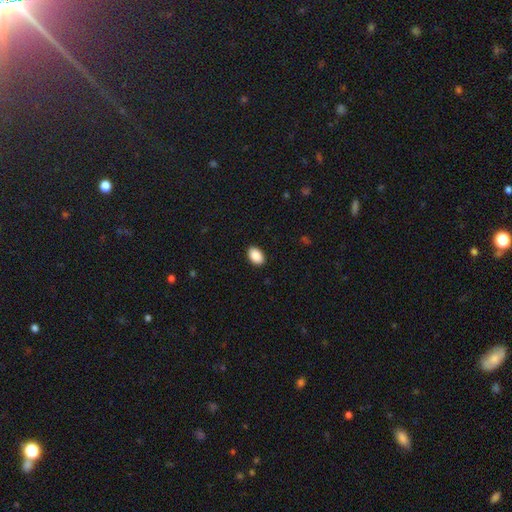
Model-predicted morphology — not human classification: The model was most divided on "how rounded": in between: 90%, round: 9%, cigar-shaped: 1%. More confident: merging — none (91%); smooth or featured — smooth (90%).